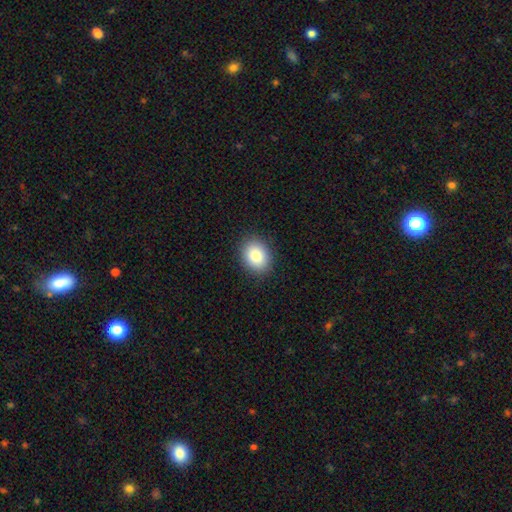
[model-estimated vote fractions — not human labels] Q: Smooth or featured?
A: smooth (86%); runner-up: star or artifact (8%)
Q: How rounded?
A: in between (57%); runner-up: round (42%)
Q: Merging?
A: none (89%); runner-up: minor disturbance (8%)